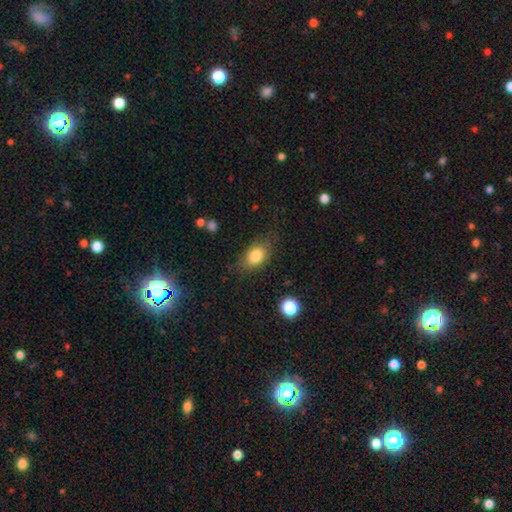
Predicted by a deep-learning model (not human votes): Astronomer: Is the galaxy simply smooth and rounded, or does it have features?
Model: smooth — 82%.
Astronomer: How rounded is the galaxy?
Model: in between — 80%.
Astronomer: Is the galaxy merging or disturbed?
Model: none — 72%.